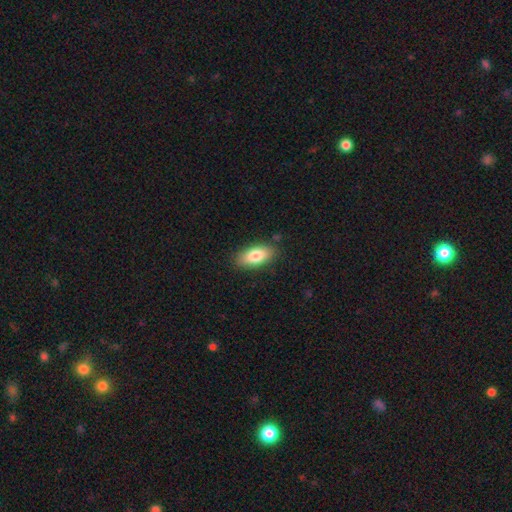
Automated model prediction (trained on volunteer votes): A smooth galaxy with no disk features (80%) that is in between round and cigar-shaped (87%).

Vote fractions:
- Smooth or featured? smooth: 80% / featured or disk: 13% / star or artifact: 7%
- How rounded? in between: 87% / cigar-shaped: 10% / round: 3%
- Merging? none: 85% / minor disturbance: 11% / major disturbance: 2% / merger: 2%